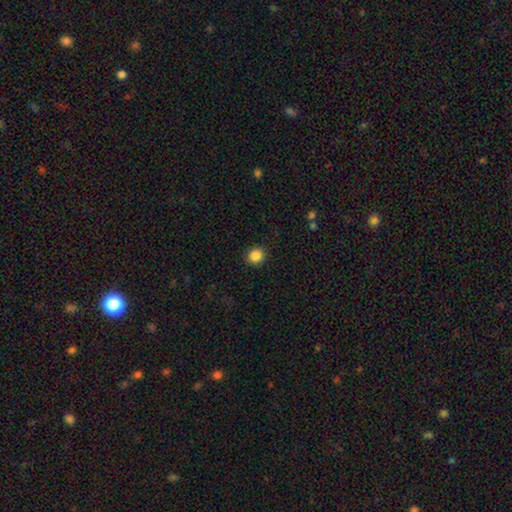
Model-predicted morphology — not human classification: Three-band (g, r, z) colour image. It shows a smooth galaxy with no disk features (87%) that is round (92%). Merging: none (91%).